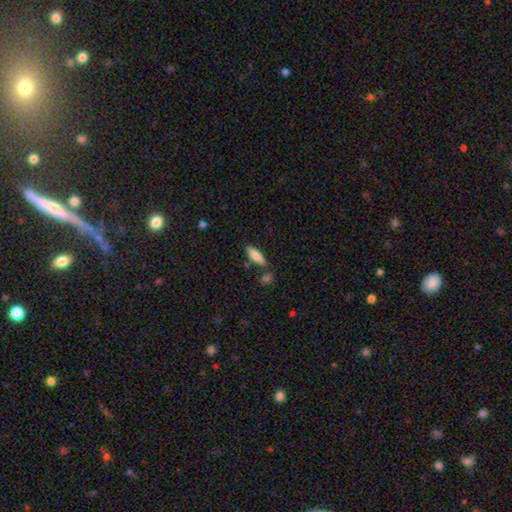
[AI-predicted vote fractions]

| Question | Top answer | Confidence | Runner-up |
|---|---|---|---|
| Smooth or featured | smooth | 83% | featured or disk (10%) |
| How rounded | in between | 55% | cigar-shaped (43%) |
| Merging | none | 72% | minor disturbance (14%) |